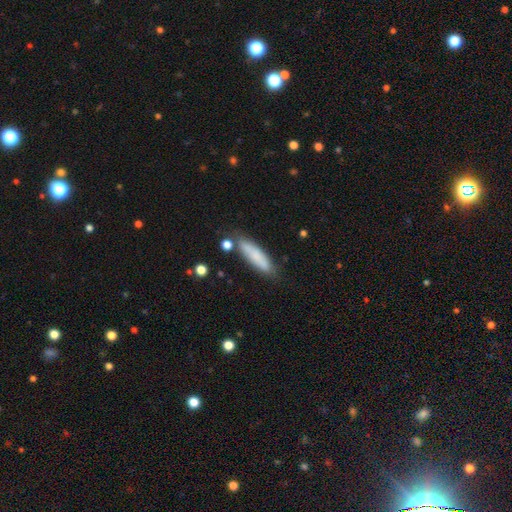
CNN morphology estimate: smooth 79%, featured or disk 14%, star or artifact 7%. Down the decision tree: how rounded — cigar-shaped (67%); merging — none (78%).